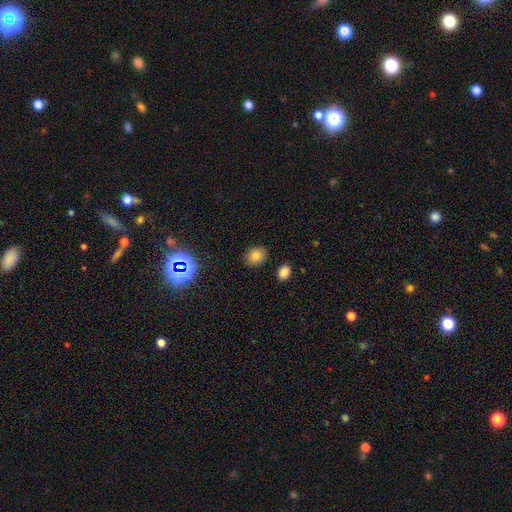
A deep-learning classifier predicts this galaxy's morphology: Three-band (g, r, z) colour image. It shows a smooth galaxy with no disk features (78%) that is round (50%). Merging: none (85%).